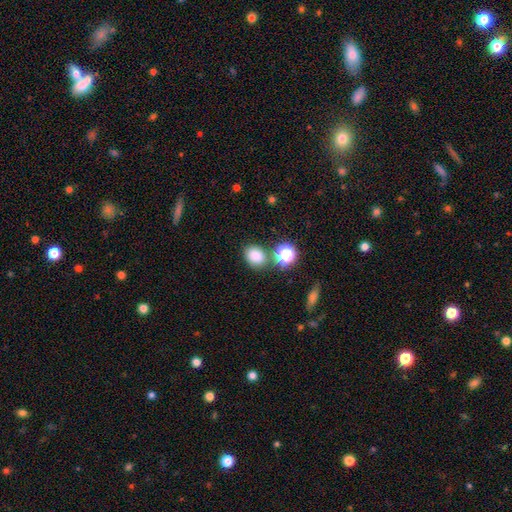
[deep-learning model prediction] Overall: smooth (81%). How rounded: in between (50%; round 49%). Merging: none (71%).